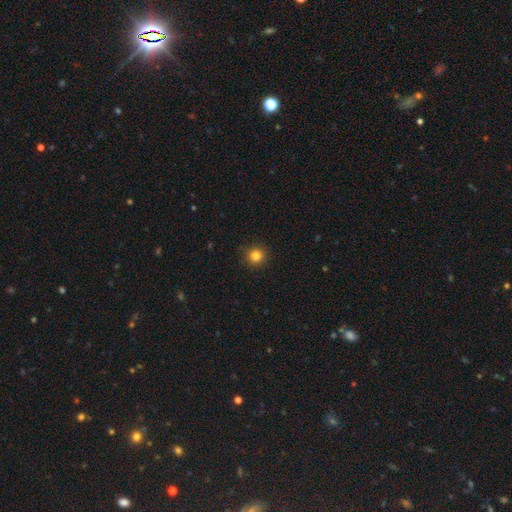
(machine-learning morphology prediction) Smooth or featured? smooth (83%)
How rounded? round (94%)
Merging? none (91%)